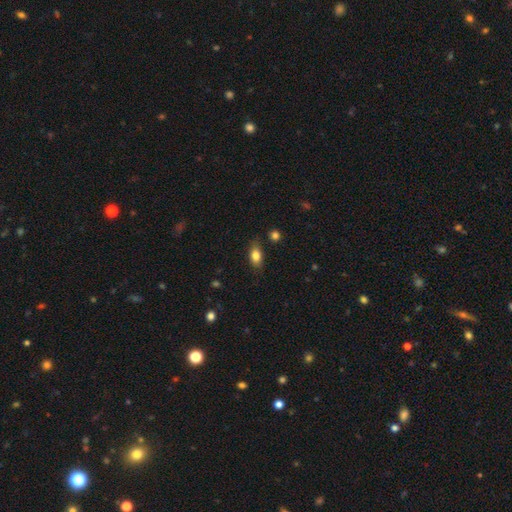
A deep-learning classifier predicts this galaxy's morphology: A smooth galaxy with no disk features (82%) that is in between round and cigar-shaped (82%). Merging: none (78%).